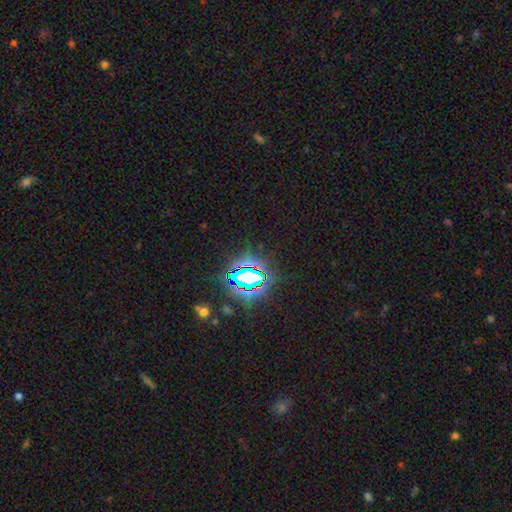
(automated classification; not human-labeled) Morphology: type=star or artifact (82%).